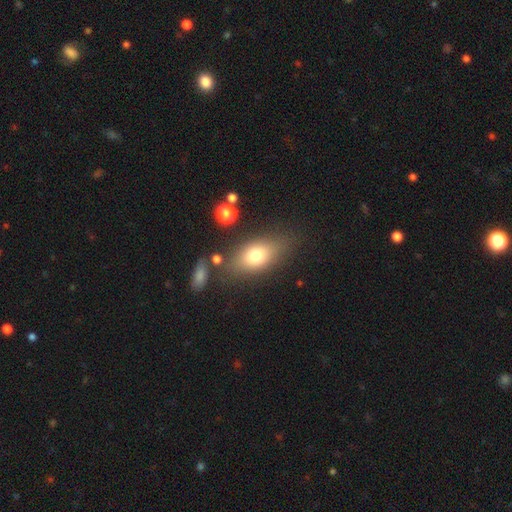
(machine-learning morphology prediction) Smooth or featured?
  - smooth: 73% *
  - featured or disk: 17%
  - star or artifact: 10%
How rounded?
  - in between: 78% *
  - round: 14%
  - cigar-shaped: 7%
Merging?
  - none: 73% *
  - minor disturbance: 15%
  - major disturbance: 7%
  - merger: 5%